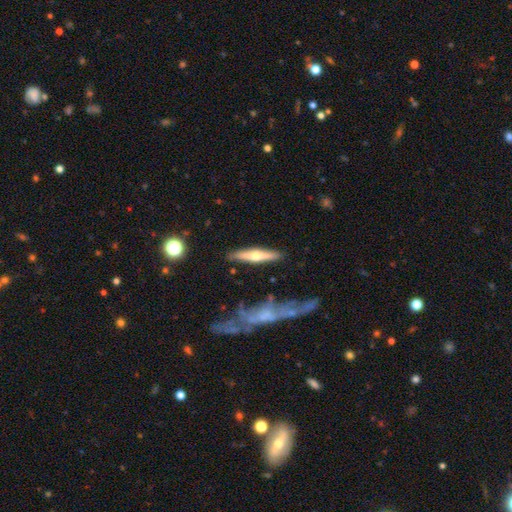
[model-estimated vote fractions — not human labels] smooth_or_featured: featured or disk (p=0.56) [alt: smooth p=0.39]
disk_edge_on: yes (p=0.94) [alt: no p=0.06]
edge_on_bulge: rounded (p=0.90) [alt: none p=0.07]
merging: none (p=0.87) [alt: minor disturbance p=0.08]